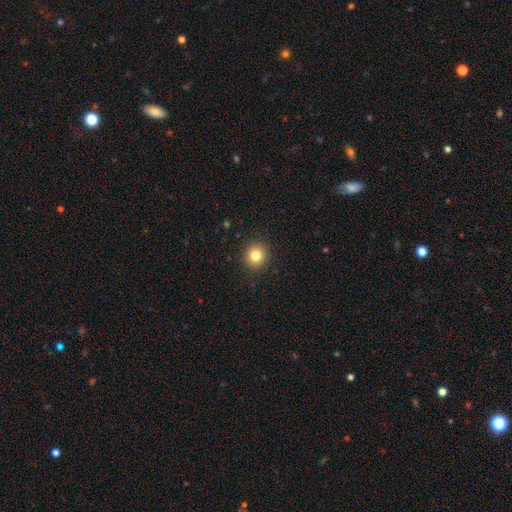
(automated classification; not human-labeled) Q: Smooth or featured?
A: smooth (82%); runner-up: star or artifact (11%)
Q: How rounded?
A: round (90%); runner-up: in between (9%)
Q: Merging?
A: none (92%); runner-up: minor disturbance (6%)